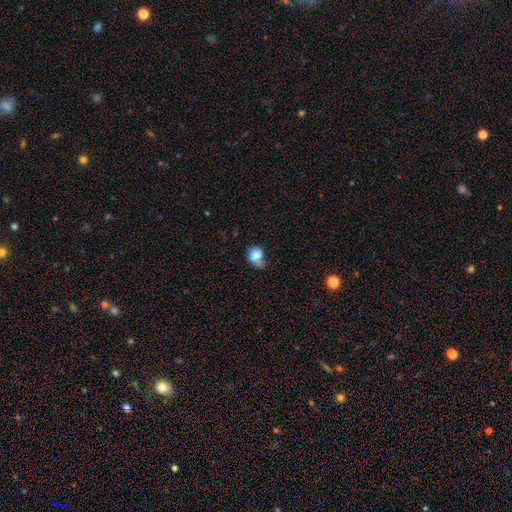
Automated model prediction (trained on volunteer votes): A smooth galaxy with no disk features (79%) that is round (65%). Merging: minor disturbance (40%).